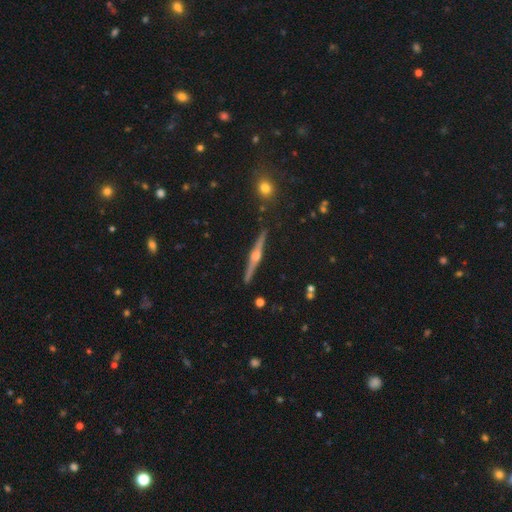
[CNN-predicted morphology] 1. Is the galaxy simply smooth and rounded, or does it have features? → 84% featured or disk, 10% smooth, 6% star or artifact.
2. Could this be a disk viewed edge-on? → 98% yes, 2% no.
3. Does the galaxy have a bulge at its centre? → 92% rounded, 5% boxy, 3% none.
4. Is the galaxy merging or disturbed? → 90% none, 6% minor disturbance, 2% merger, 1% major disturbance.